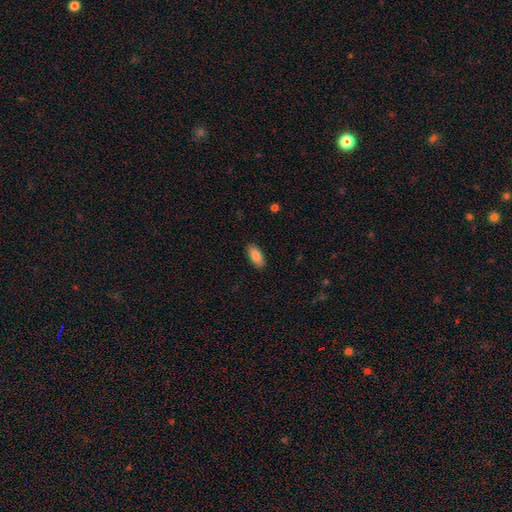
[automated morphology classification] Smooth or featured? smooth (86%)
How rounded? in between (91%)
Merging? none (88%)